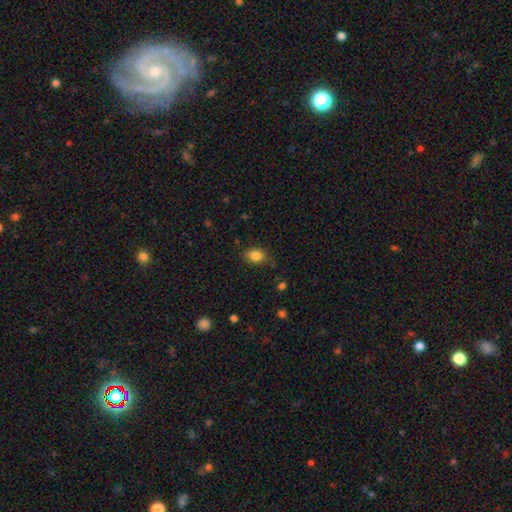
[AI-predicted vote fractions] A smooth galaxy with no disk features (83%) that is in between round and cigar-shaped (73%). Merging: none (77%).